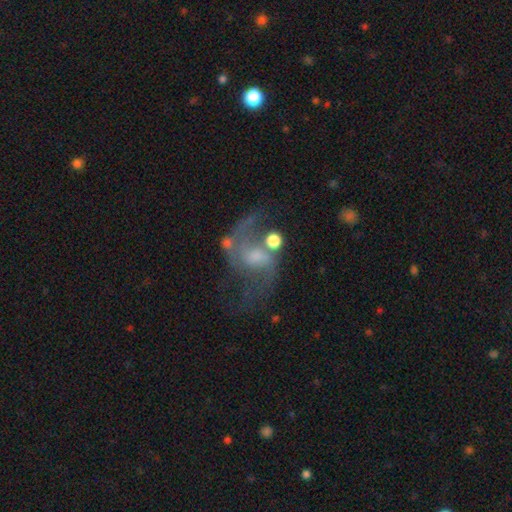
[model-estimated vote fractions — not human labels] Smooth or featured?
  - featured or disk: 81% *
  - smooth: 11%
  - star or artifact: 9%
Edge-on disk?
  - no: 98% *
  - yes: 2%
Bar?
  - weak: 45% * (tied)
  - no: 45% * (tied)
  - strong: 10%
Spiral arms?
  - yes: 92% *
  - no: 8%
Spiral winding?
  - loose: 64% *
  - medium: 30%
  - tight: 5%
Spiral arm count?
  - 2: 89% *
  - 1: 4%
  - can't tell: 4%
  - 3: 1%
  - 4: 1%
  - more than 4: 1%
Bulge size?
  - small: 38% *
  - moderate: 36%
  - none: 19%
  - large: 6%
  - dominant: 2%
Merging?
  - none: 46% *
  - major disturbance: 23%
  - minor disturbance: 18%
  - merger: 13%